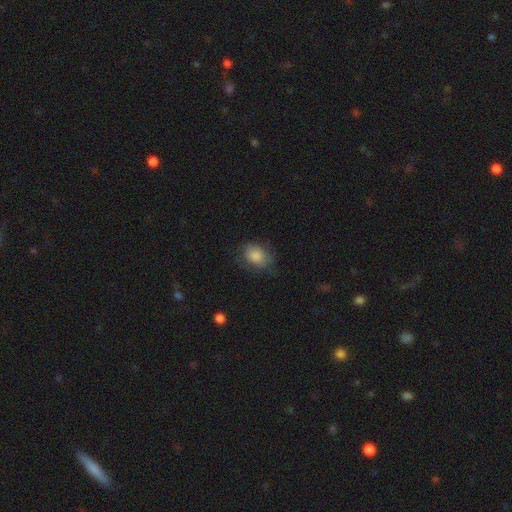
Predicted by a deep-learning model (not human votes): Overall: smooth (75%). How rounded: in between (60%; round 39%). Merging: none (65%).